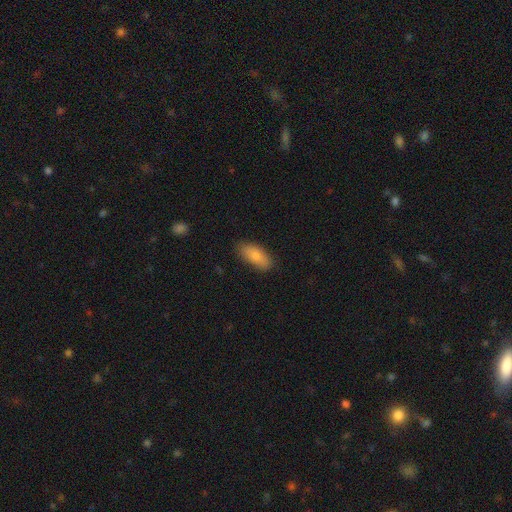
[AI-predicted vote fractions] Smooth or featured? smooth (81%)
How rounded? in between (87%)
Merging? none (81%)